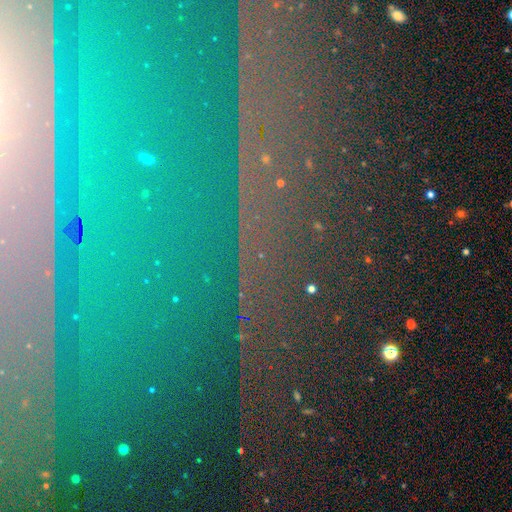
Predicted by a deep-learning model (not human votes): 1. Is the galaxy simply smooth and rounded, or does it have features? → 86% star or artifact, 8% featured or disk, 7% smooth.